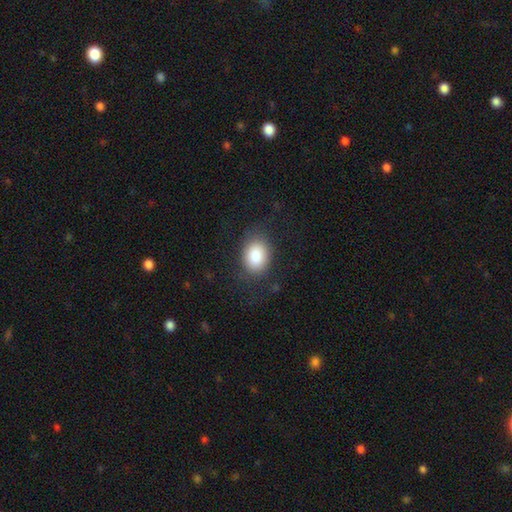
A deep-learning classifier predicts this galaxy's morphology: Smooth or featured? Predicted: smooth (p=0.87). How rounded? Predicted: in between (p=0.74). Merging? Predicted: none (p=0.78).